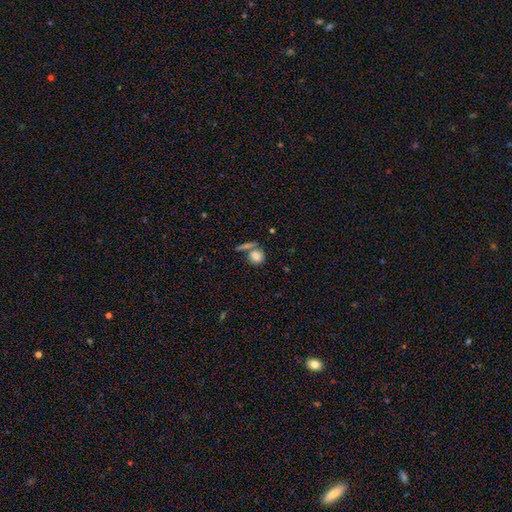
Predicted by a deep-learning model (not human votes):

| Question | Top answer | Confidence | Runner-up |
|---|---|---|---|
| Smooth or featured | smooth | 80% | featured or disk (10%) |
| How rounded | round | 79% | in between (17%) |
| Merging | none | 61% | merger (23%) |